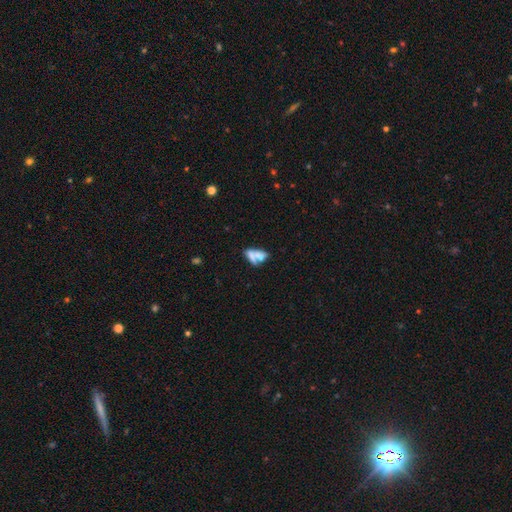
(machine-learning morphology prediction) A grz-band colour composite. It shows a smooth galaxy with no disk features (62%) that is in between round and cigar-shaped (73%). Merging: merger (55%).